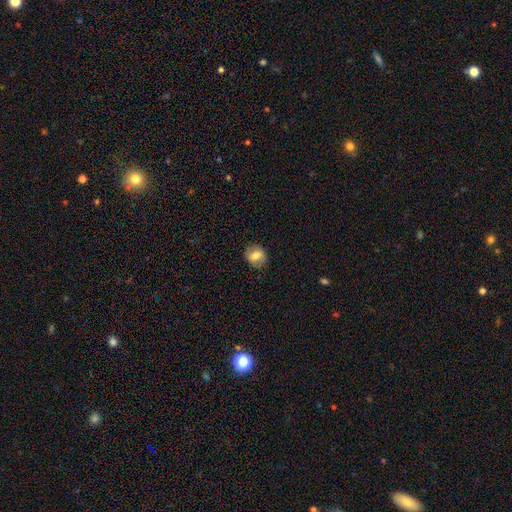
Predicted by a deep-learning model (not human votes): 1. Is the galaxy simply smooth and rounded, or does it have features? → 72% smooth, 19% featured or disk, 9% star or artifact.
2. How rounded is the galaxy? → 71% round, 28% in between, 1% cigar-shaped.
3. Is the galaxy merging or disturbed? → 86% none, 11% minor disturbance, 3% major disturbance, 1% merger.